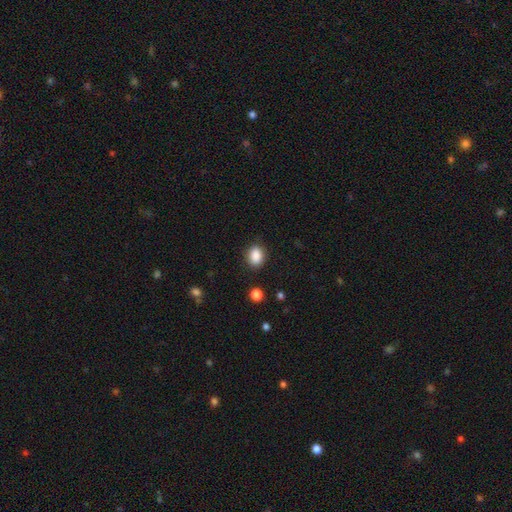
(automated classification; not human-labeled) Morphology: type=smooth (88%); roundness=in between (62%); merging=none (86%).